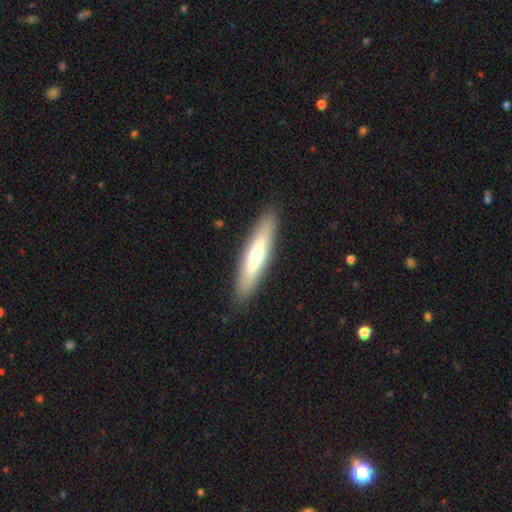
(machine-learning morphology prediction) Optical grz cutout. It shows a smooth galaxy with no disk features (55%) that is cigar-shaped (82%). Merging: none (90%).